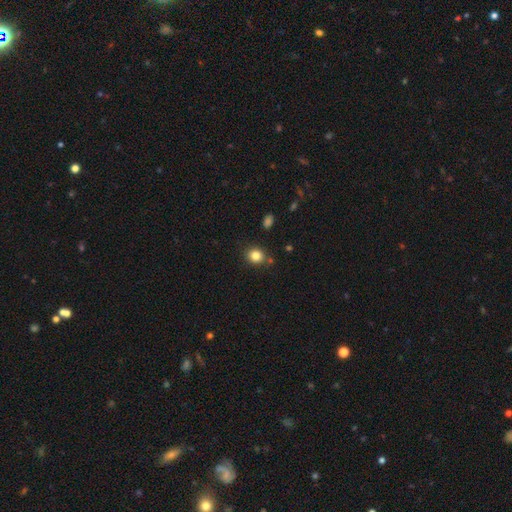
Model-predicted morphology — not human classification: Overall: smooth (83%). How rounded: round (75%). Merging: none (82%).